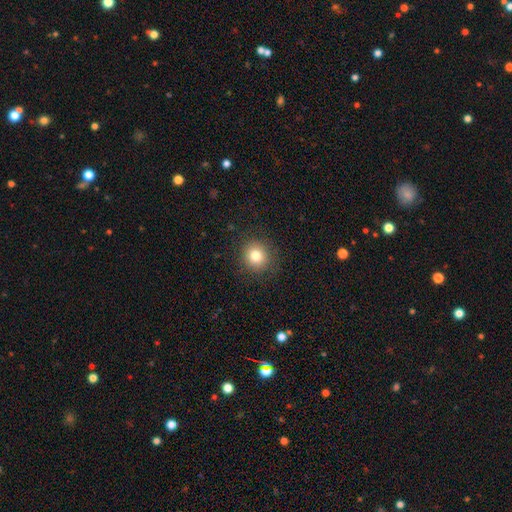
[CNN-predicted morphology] The model was most divided on "smooth or featured": smooth: 81%, star or artifact: 12%, featured or disk: 8%. More confident: how rounded — round (90%); merging — none (89%).